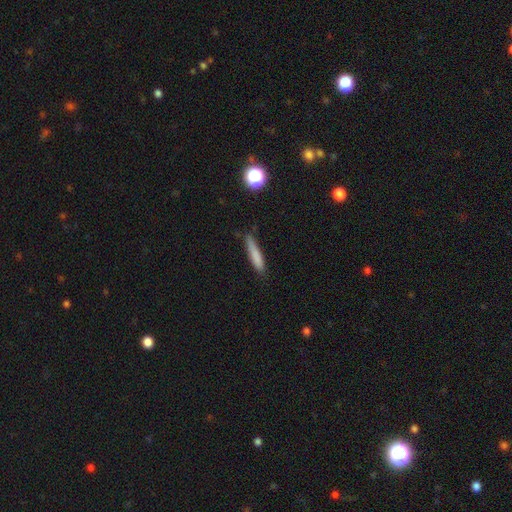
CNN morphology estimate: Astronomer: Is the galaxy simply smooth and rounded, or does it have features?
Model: smooth — 79%.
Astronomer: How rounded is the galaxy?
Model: cigar-shaped — 90%.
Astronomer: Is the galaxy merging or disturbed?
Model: none — 76%.